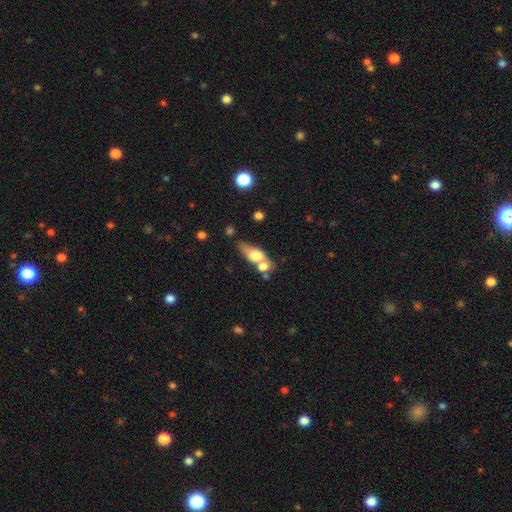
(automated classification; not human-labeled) A smooth galaxy with no disk features (60%) that is in between round and cigar-shaped (63%). Merging: merger (43%).